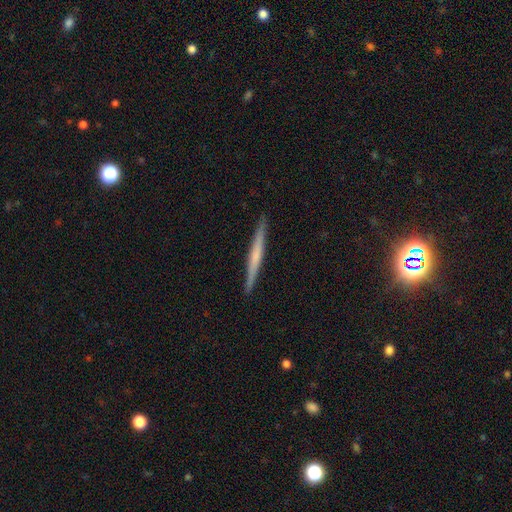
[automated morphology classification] featured or disk 54%, smooth 40%, star or artifact 6%. Down the decision tree: edge-on disk — yes (98%); edge-on bulge — none (63%); merging — none (92%).